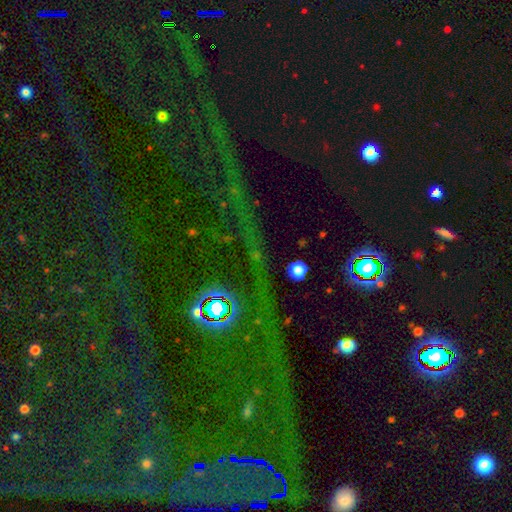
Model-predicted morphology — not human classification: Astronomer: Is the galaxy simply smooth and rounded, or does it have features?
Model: star or artifact — 63%.